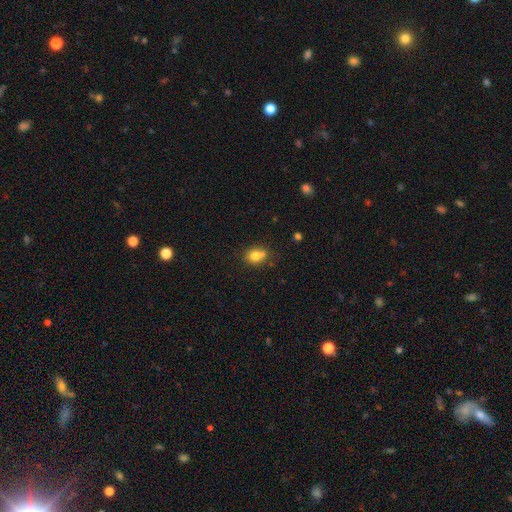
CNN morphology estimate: The model was most divided on "how rounded": round: 57%, in between: 42%, cigar-shaped: 1%. More confident: smooth or featured — smooth (78%); merging — none (54%).